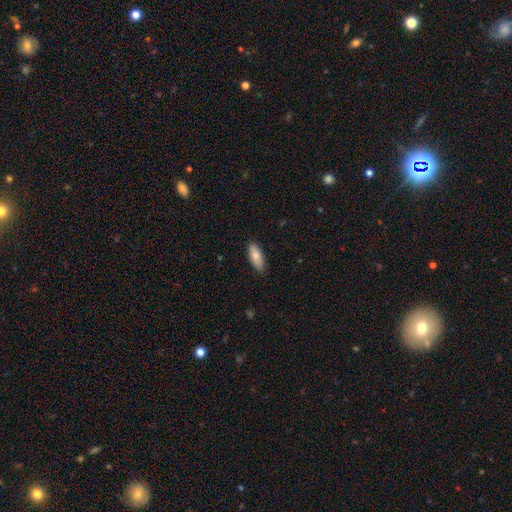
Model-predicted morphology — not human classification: A smooth galaxy with no disk features (79%) that is in between round and cigar-shaped (71%).

Vote fractions:
- Smooth or featured? smooth: 79% / featured or disk: 15% / star or artifact: 6%
- How rounded? in between: 71% / cigar-shaped: 26% / round: 2%
- Merging? none: 87% / minor disturbance: 10% / major disturbance: 2% / merger: 1%